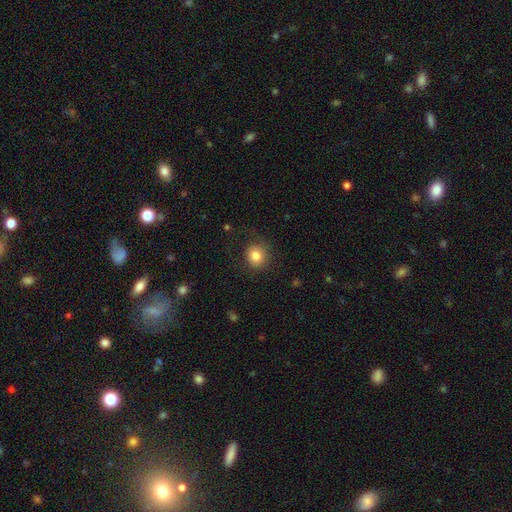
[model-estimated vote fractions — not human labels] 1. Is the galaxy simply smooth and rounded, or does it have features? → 83% smooth, 10% star or artifact, 7% featured or disk.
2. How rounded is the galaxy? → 83% round, 16% in between, 1% cigar-shaped.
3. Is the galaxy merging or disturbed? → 80% none, 13% minor disturbance, 6% major disturbance, 1% merger.